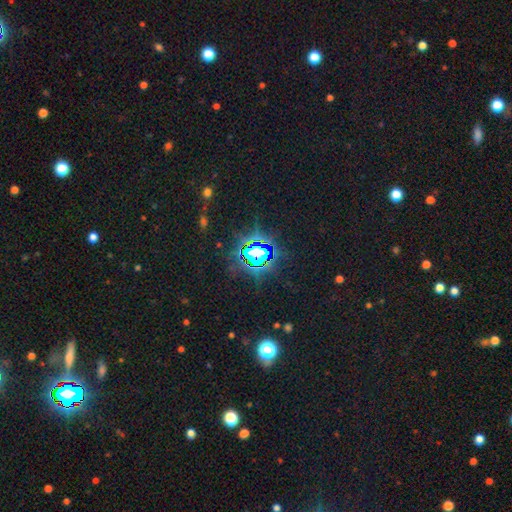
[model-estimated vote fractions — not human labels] Smooth or featured? Predicted: star or artifact (p=0.77).